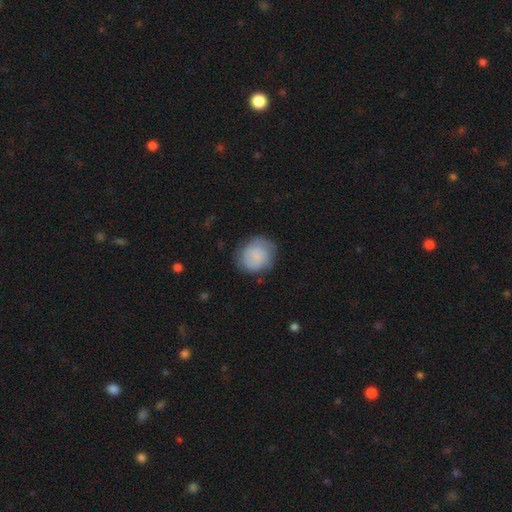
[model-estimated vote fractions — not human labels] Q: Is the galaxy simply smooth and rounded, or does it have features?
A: smooth — 54%.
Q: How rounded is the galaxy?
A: round — 77%.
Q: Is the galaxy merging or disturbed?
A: none — 69%.